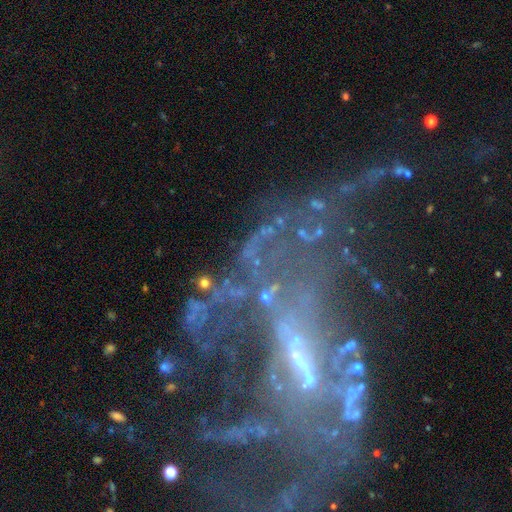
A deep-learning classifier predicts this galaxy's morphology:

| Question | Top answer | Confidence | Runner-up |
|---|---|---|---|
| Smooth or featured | featured or disk | 69% | star or artifact (21%) |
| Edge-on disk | no | 89% | yes (11%) |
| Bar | strong | 38% | no (32%) |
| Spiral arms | yes | 52% | no (48%) |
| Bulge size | small | 36% | none (34%) |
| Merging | major disturbance | 43% | none (31%) |